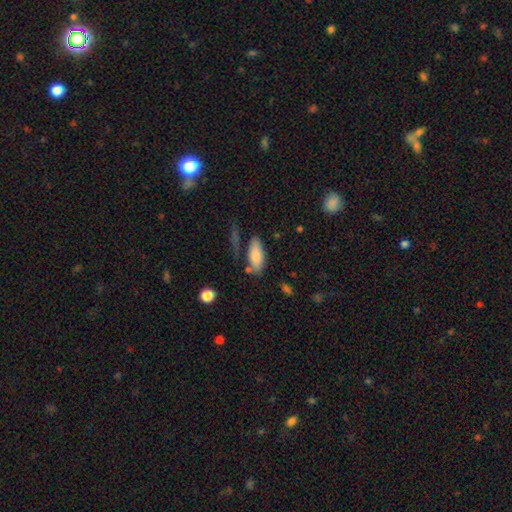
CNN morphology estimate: Smooth or featured?
  - smooth: 81% *
  - featured or disk: 12%
  - star or artifact: 7%
How rounded?
  - in between: 80% *
  - cigar-shaped: 18%
  - round: 2%
Merging?
  - none: 61% *
  - minor disturbance: 22%
  - merger: 9%
  - major disturbance: 8%